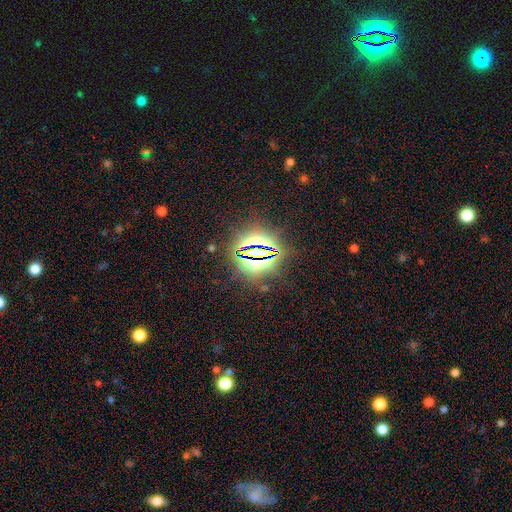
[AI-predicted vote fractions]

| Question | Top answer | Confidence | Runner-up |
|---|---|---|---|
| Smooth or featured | star or artifact | 83% | smooth (10%) |